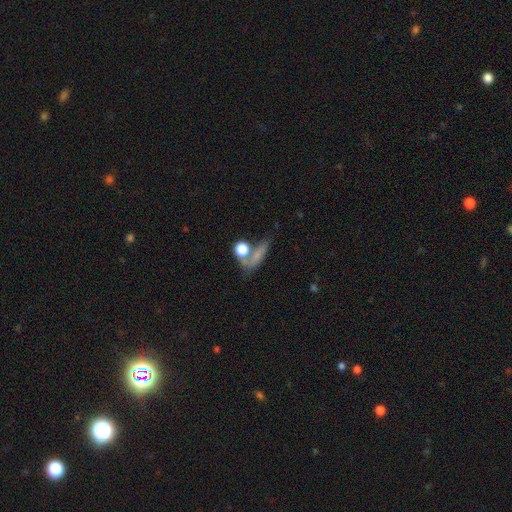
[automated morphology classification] smooth-or-featured: smooth: 67% | featured or disk: 19% | star or artifact: 14%
  how-rounded: in between: 39% | cigar-shaped: 31% | round: 29%
  merging: none: 46% | merger: 23% | major disturbance: 16% | minor disturbance: 15%